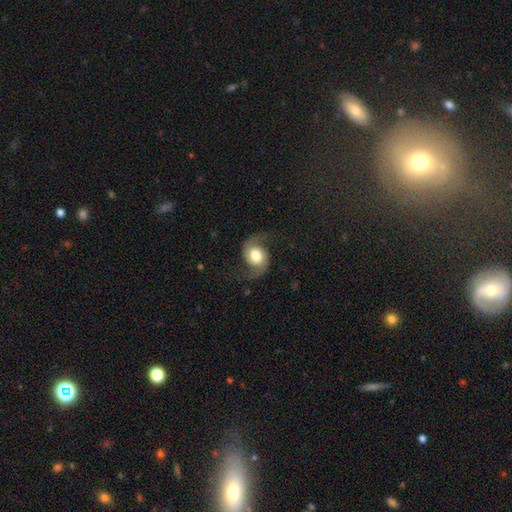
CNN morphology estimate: smooth-or-featured: featured or disk: 77% | smooth: 16% | star or artifact: 7%
  disk-edge-on: no: 97% | yes: 3%
    bar: no: 65% | weak: 28% | strong: 7%
    has-spiral-arms: yes: 95% | no: 5%
      spiral-winding: loose: 65% | medium: 29% | tight: 6%
      spiral-arm-count: 2: 93% | 1: 2% | can't tell: 2% | 3: 1% | 4: 1% | more than 4: 1%
    bulge-size: moderate: 45% | large: 40% | dominant: 8% | small: 5% | none: 2%
  merging: none: 71% | minor disturbance: 16% | major disturbance: 11% | merger: 1%